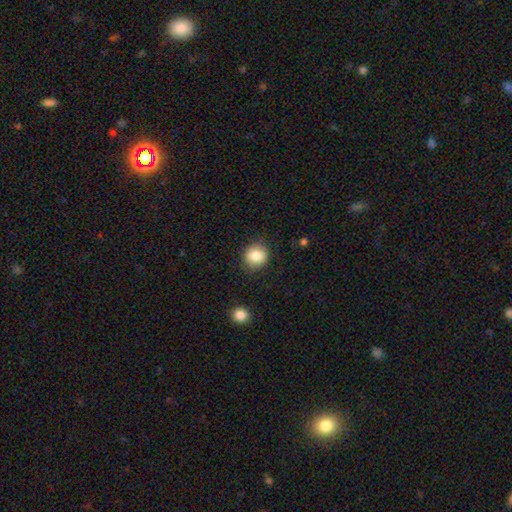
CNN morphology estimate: smooth 84%, star or artifact 9%, featured or disk 6%. Down the decision tree: how rounded — round (84%); merging — none (86%).